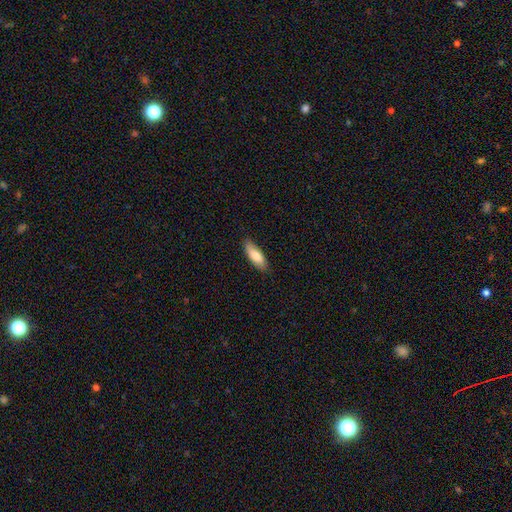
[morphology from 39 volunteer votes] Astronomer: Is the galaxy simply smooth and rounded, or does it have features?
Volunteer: smooth — 69%.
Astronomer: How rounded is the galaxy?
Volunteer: in between — 63%.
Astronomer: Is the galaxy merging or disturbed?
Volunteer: none — 89%.